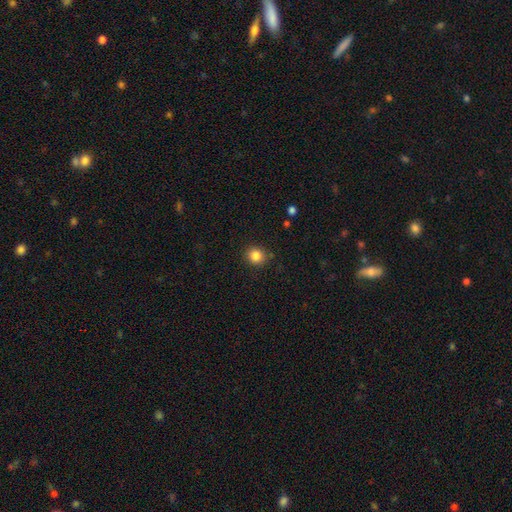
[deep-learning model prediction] Smooth or featured?
  - smooth: 85% *
  - star or artifact: 11%
  - featured or disk: 4%
How rounded?
  - round: 86% *
  - in between: 13%
  - cigar-shaped: 1%
Merging?
  - none: 87% *
  - minor disturbance: 9%
  - major disturbance: 3%
  - merger: 2%